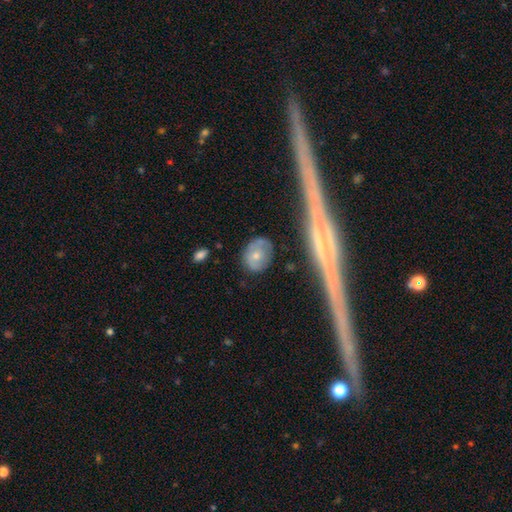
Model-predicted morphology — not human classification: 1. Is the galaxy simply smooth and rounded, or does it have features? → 56% smooth, 35% featured or disk, 8% star or artifact.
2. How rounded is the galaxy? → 53% round, 45% in between, 2% cigar-shaped.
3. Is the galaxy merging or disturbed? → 65% none, 23% minor disturbance, 8% major disturbance, 4% merger.